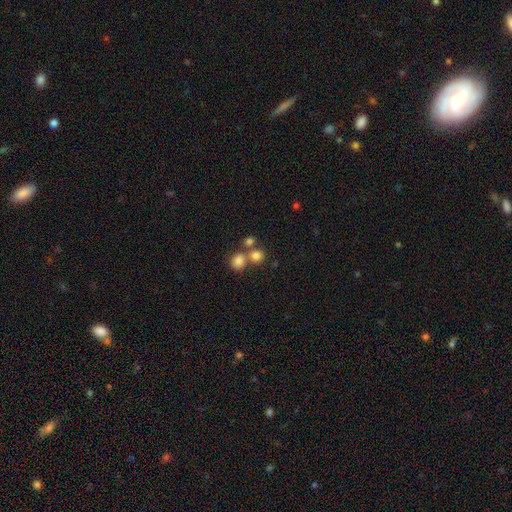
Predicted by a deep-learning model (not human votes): A smooth galaxy with no disk features (78%) that is round (83%). Merging: none (53%).